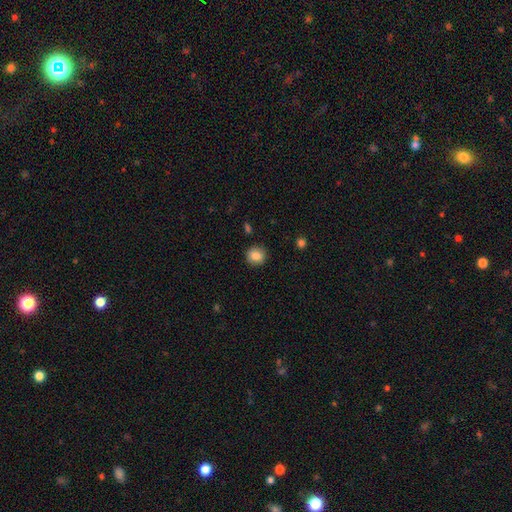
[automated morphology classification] smooth_or_featured: smooth (p=0.85) [alt: star or artifact p=0.09]
how_rounded: round (p=0.90) [alt: in between p=0.09]
merging: none (p=0.91) [alt: minor disturbance p=0.06]